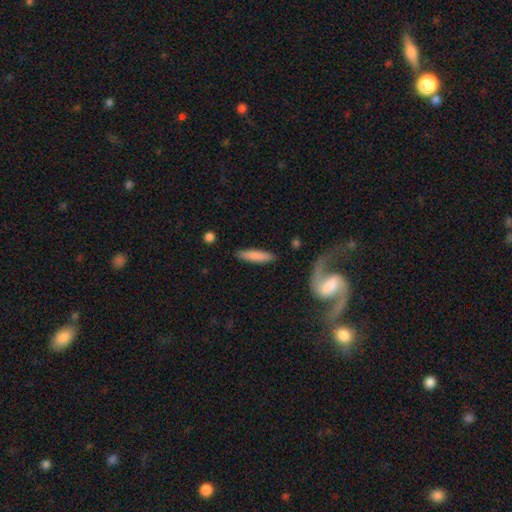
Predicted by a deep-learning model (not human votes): Smooth or featured? Predicted: smooth (p=0.81). How rounded? Predicted: cigar-shaped (p=0.82). Merging? Predicted: none (p=0.87).